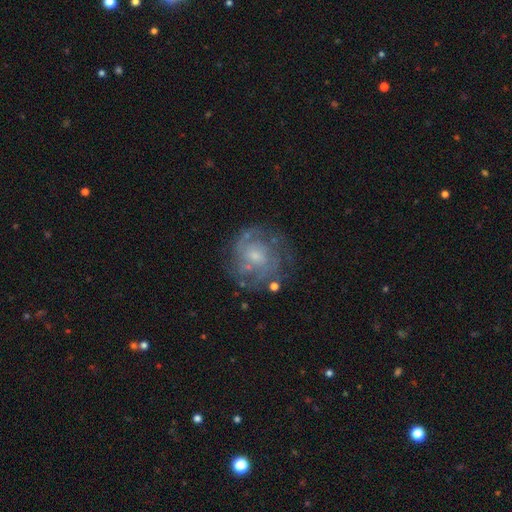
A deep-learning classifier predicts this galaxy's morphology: smooth_or_featured: featured or disk (p=0.76) [alt: smooth p=0.16]
disk_edge_on: no (p=0.98) [alt: yes p=0.02]
bar: no (p=0.67) [alt: weak p=0.29]
has_spiral_arms: yes (p=0.84) [alt: no p=0.16]
spiral_winding: tight (p=0.50) [alt: medium p=0.38]
spiral_arm_count: can't tell (p=0.39) [alt: 2 p=0.24]
bulge_size: small (p=0.49) [alt: moderate p=0.36]
merging: none (p=0.69) [alt: minor disturbance p=0.17]